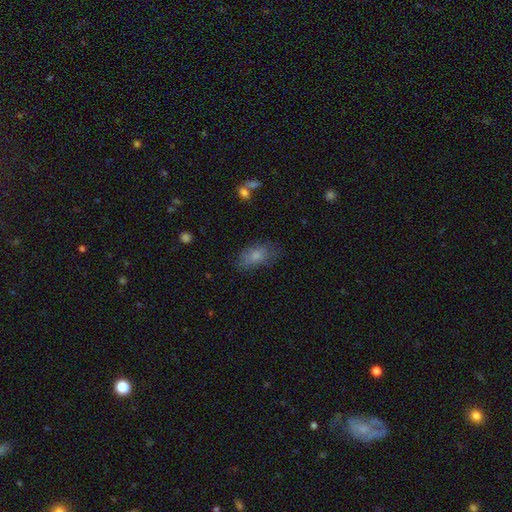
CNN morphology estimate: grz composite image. It shows a smooth galaxy with no disk features (77%) that is in between round and cigar-shaped (89%). Merging: none (66%).